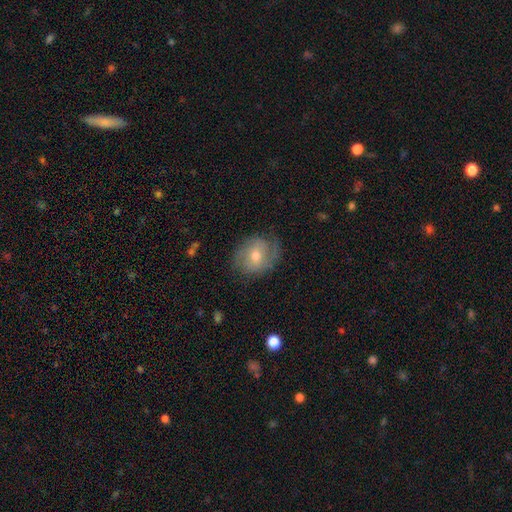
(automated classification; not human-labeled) Q: Smooth or featured?
A: featured or disk (60%); runner-up: smooth (32%)
Q: Edge-on disk?
A: no (96%); runner-up: yes (4%)
Q: Bar?
A: no (51%); runner-up: weak (39%)
Q: Spiral arms?
A: yes (84%); runner-up: no (16%)
Q: Bulge size?
A: moderate (62%); runner-up: small (32%)
Q: Merging?
A: none (70%); runner-up: minor disturbance (20%)